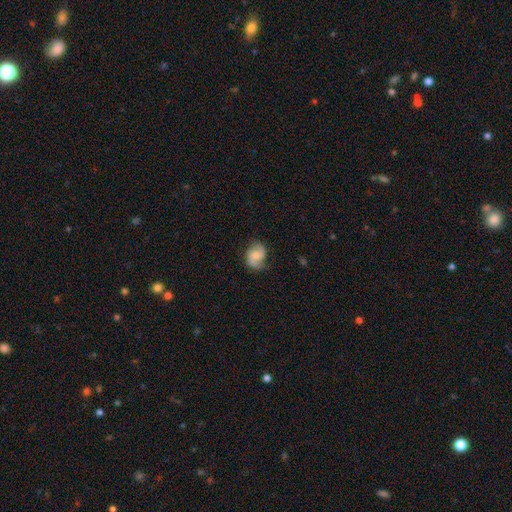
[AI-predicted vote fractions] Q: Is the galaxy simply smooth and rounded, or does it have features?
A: featured or disk — 49%.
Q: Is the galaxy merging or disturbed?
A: none — 63%.